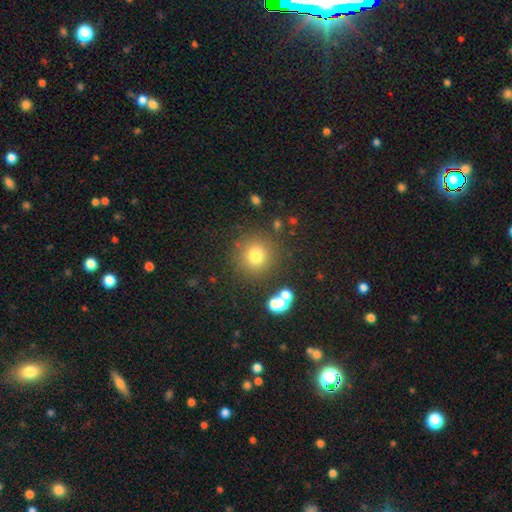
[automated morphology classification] Smooth or featured?
  - smooth: 75% *
  - star or artifact: 15%
  - featured or disk: 9%
How rounded?
  - round: 93% *
  - in between: 6%
  - cigar-shaped: 1%
Merging?
  - none: 83% *
  - minor disturbance: 8%
  - merger: 5%
  - major disturbance: 4%